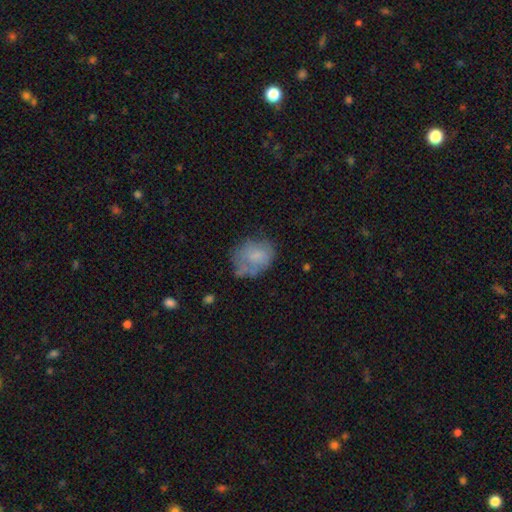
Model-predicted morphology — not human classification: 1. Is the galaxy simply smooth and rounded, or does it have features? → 65% smooth, 26% featured or disk, 9% star or artifact.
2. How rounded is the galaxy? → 51% round, 48% in between, 1% cigar-shaped.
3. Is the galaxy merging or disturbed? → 47% none, 30% minor disturbance, 18% major disturbance, 5% merger.